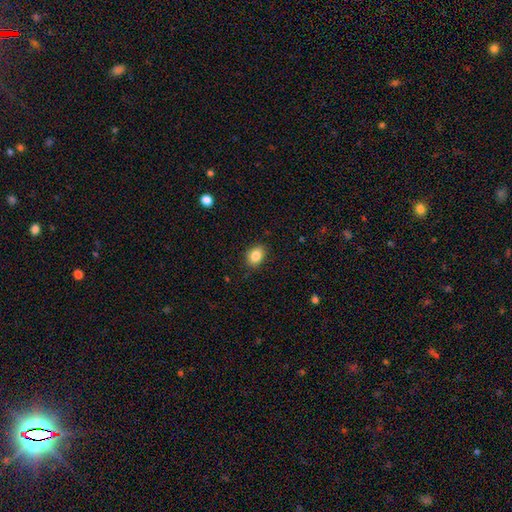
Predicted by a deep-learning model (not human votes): Smooth or featured? Predicted: smooth (p=0.85). How rounded? Predicted: in between (p=0.69). Merging? Predicted: none (p=0.87).